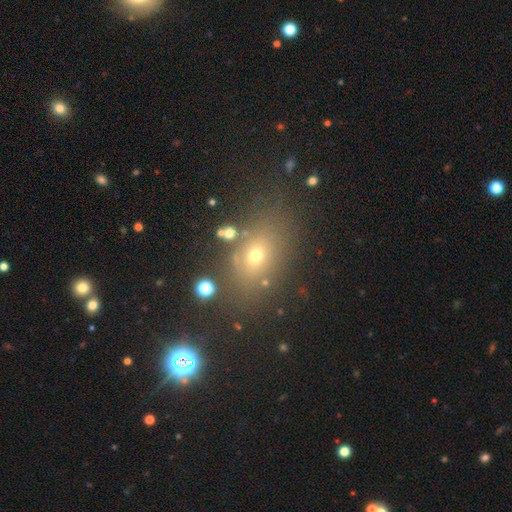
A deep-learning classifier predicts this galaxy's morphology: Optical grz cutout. It shows a smooth galaxy with no disk features (60%) that is in between round and cigar-shaped (63%). Merging: none (76%).